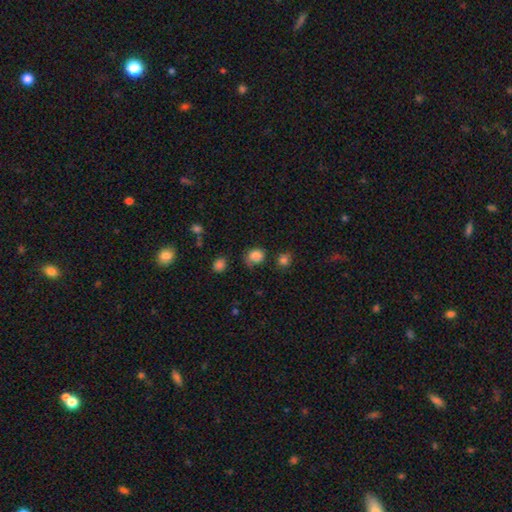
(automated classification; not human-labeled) smooth 83%, star or artifact 11%, featured or disk 6%. Down the decision tree: how rounded — round (60%); merging — none (65%).